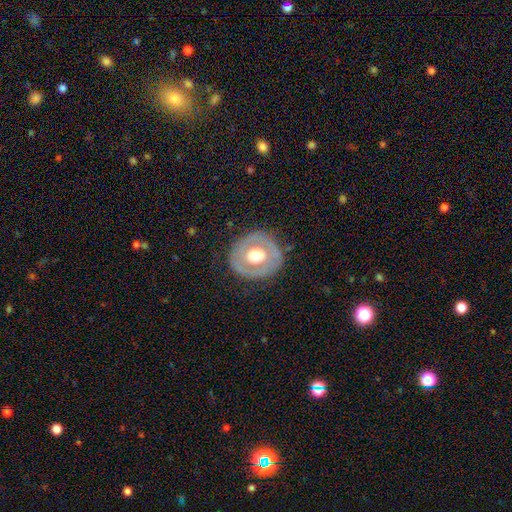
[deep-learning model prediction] featured or disk 54%, smooth 40%, star or artifact 6%. Down the decision tree: edge-on disk — no (95%); bar — no (86%); spiral arms — no (87%); bulge size — moderate (59%); merging — none (80%).